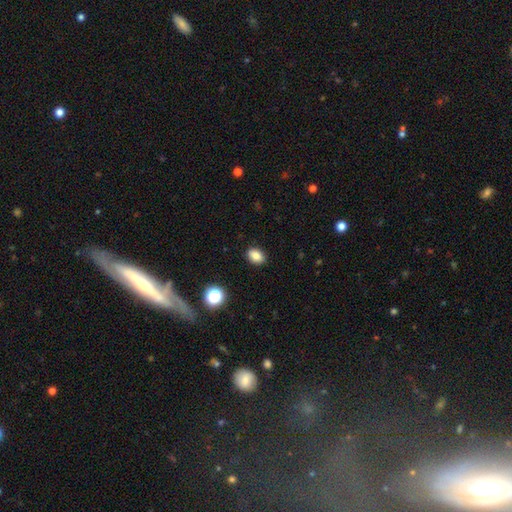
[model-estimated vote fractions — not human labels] Smooth or featured?
  - smooth: 82% *
  - star or artifact: 11%
  - featured or disk: 7%
How rounded?
  - in between: 75% *
  - round: 23%
  - cigar-shaped: 1%
Merging?
  - none: 89% *
  - minor disturbance: 8%
  - major disturbance: 2%
  - merger: 1%